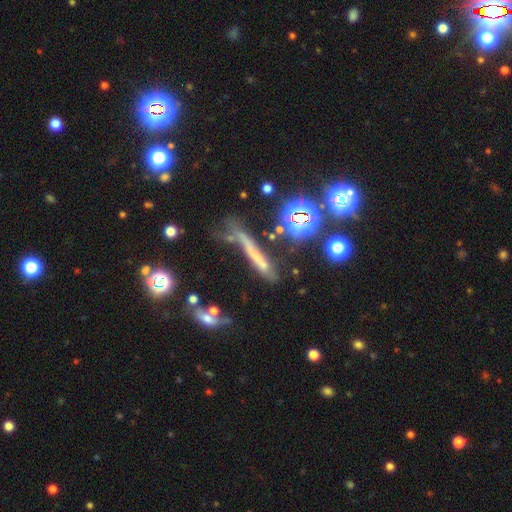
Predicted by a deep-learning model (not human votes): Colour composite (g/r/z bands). It shows a smooth galaxy with no disk features (41%). Merging: none (49%).